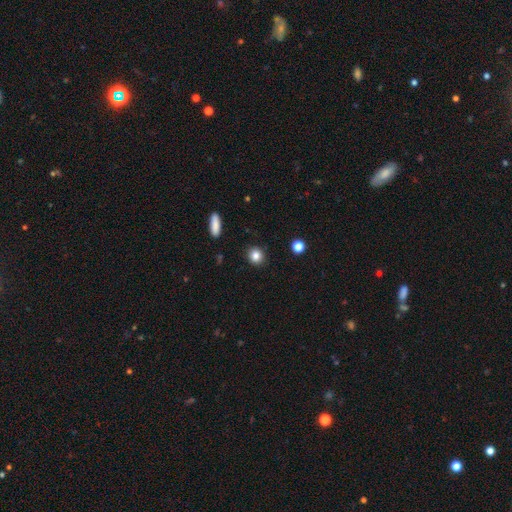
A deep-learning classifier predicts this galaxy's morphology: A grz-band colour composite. It shows a smooth galaxy with no disk features (84%) that is round (85%). Merging: none (91%).